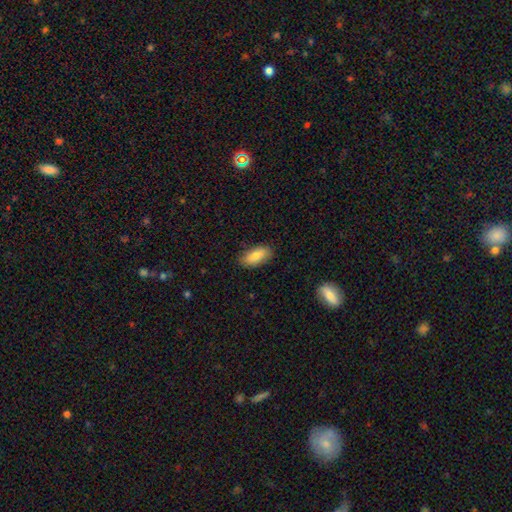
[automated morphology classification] A smooth galaxy with no disk features (81%) that is in between round and cigar-shaped (89%). Merging: none (86%).